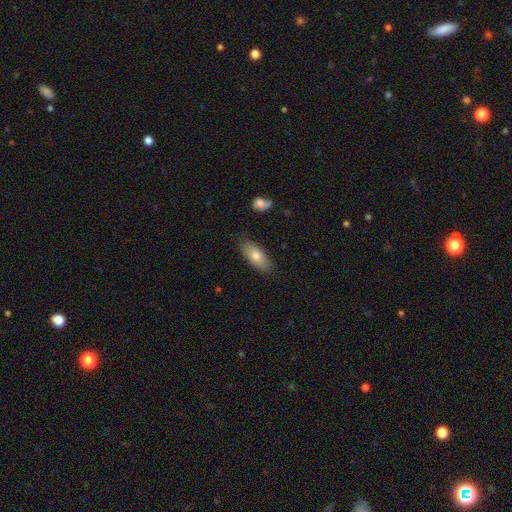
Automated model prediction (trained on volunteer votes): This is likely a smooth galaxy (74%). How rounded: clearly in between (81%). Merging: clearly none (85%).